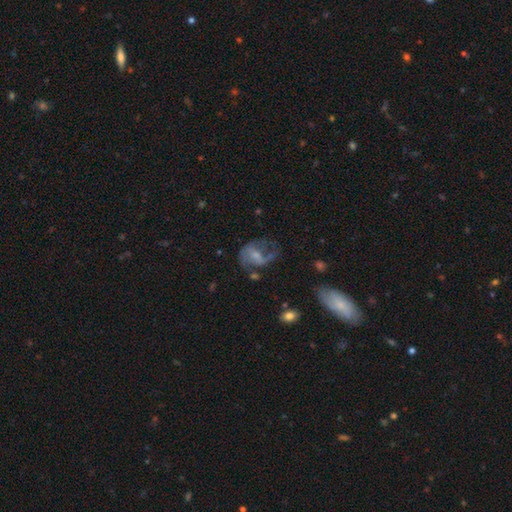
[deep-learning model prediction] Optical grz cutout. It shows a featured or disk galaxy (59%) with a weak bar (43%), spiral arms (66%) and a small central bulge (38%). Merging: major disturbance (38%).